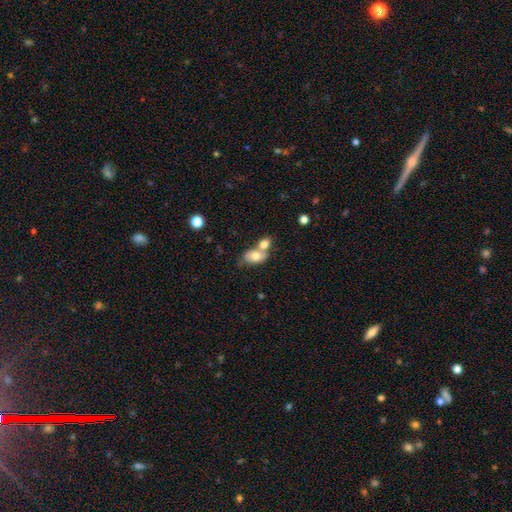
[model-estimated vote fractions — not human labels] A smooth galaxy with no disk features (72%) that is in between round and cigar-shaped (81%). Merging: merger (57%).